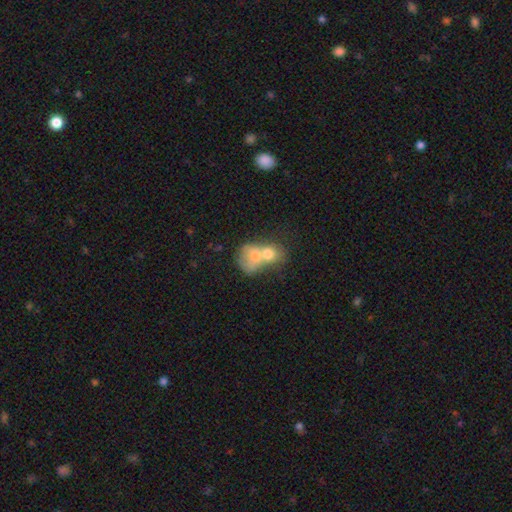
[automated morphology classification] Smooth or featured? smooth (65%)
How rounded? in between (51%)
Merging? merger (73%)